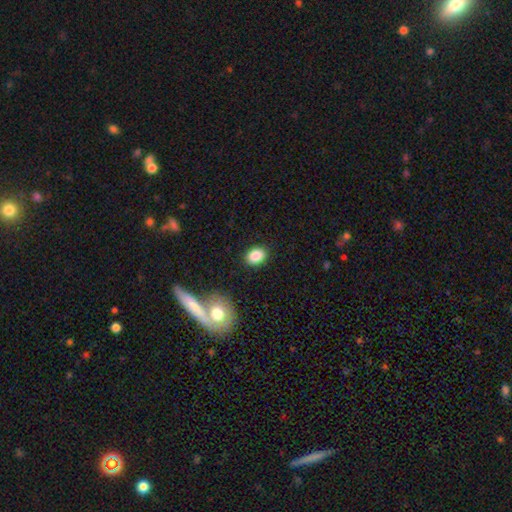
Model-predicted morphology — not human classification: This is clearly a smooth galaxy (85%). How rounded: likely in between (70%). Merging: clearly none (87%).